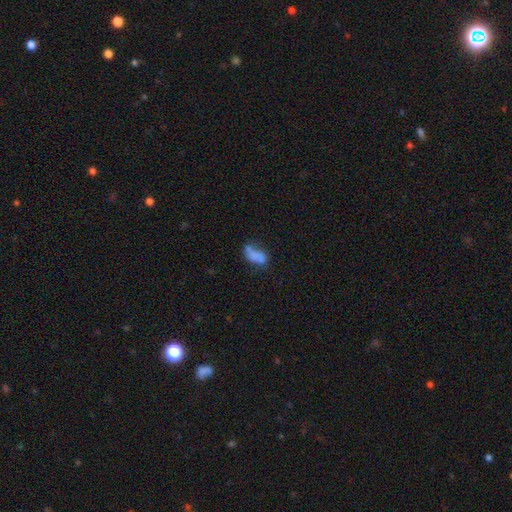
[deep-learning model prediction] A smooth galaxy with no disk features (67%) that is in between round and cigar-shaped (86%). Merging: none (32%).